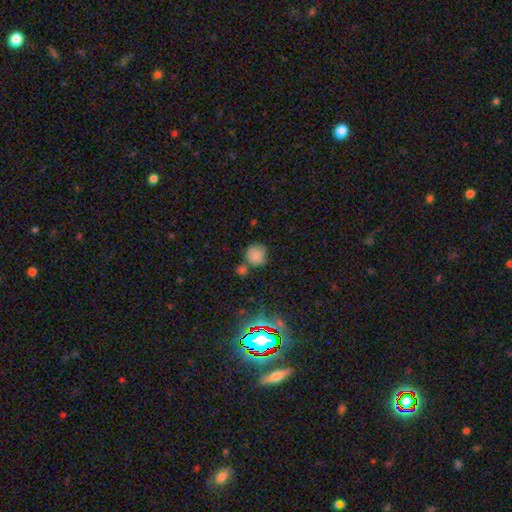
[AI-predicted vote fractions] smooth 73%, star or artifact 14%, featured or disk 13%. Down the decision tree: how rounded — round (85%); merging — none (51%).